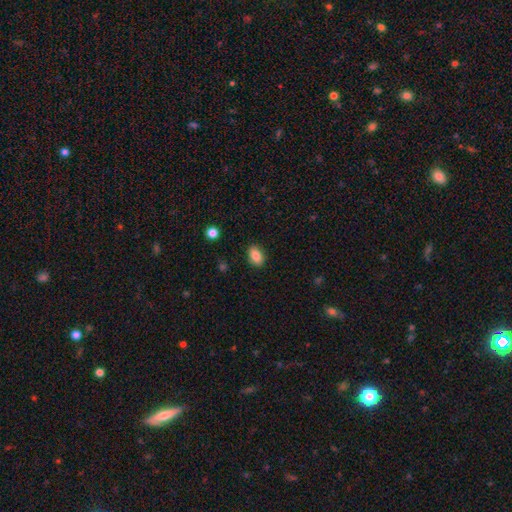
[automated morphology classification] This appears to be a smooth galaxy with no disk features (86%) that is in between round and cigar-shaped (88%). Merging: none (87%).